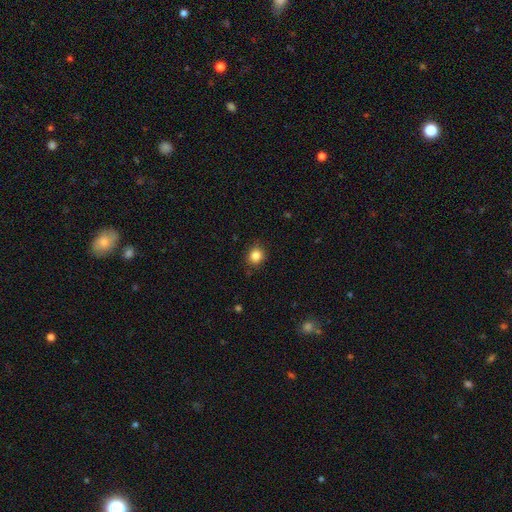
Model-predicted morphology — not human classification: Smooth or featured? smooth (84%)
How rounded? round (80%)
Merging? none (86%)